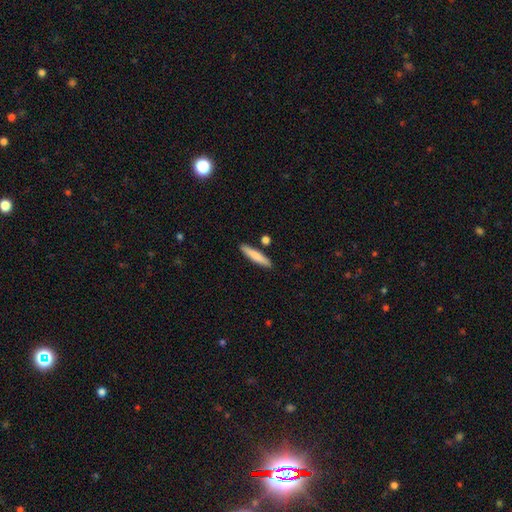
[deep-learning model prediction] smooth_or_featured: smooth (p=0.78) [alt: featured or disk p=0.17]
how_rounded: cigar-shaped (p=0.89) [alt: in between p=0.10]
merging: none (p=0.85) [alt: minor disturbance p=0.08]